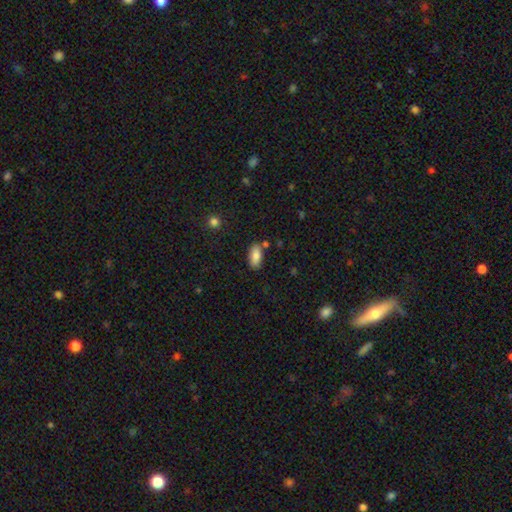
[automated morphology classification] A smooth galaxy with no disk features (83%) that is in between round and cigar-shaped (91%). Merging: none (79%).